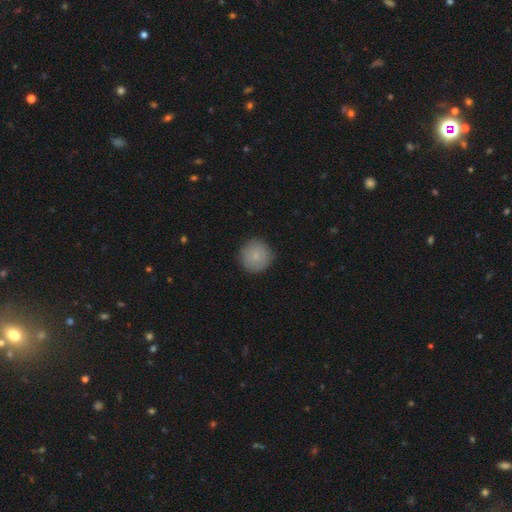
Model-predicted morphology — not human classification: Smooth or featured? Predicted: smooth (p=0.83). How rounded? Predicted: round (p=0.95). Merging? Predicted: none (p=0.86).